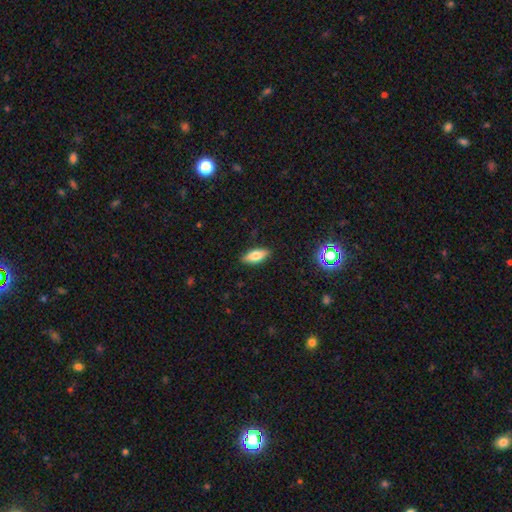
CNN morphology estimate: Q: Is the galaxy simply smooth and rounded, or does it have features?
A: smooth — 71%.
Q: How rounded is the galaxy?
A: in between — 79%.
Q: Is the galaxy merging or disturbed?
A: none — 87%.